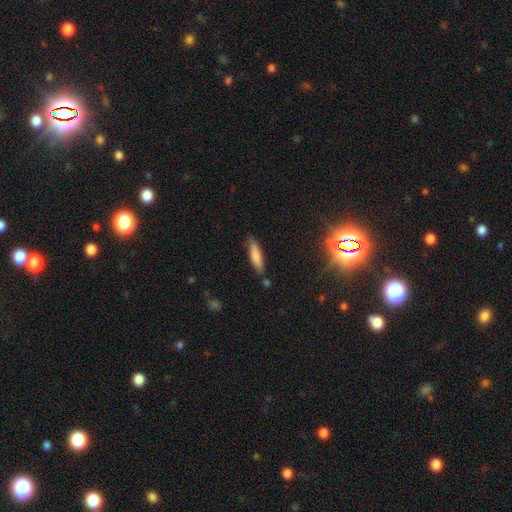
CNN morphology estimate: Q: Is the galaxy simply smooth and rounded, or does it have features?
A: smooth — 78%.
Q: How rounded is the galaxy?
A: cigar-shaped — 76%.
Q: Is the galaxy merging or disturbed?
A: none — 77%.